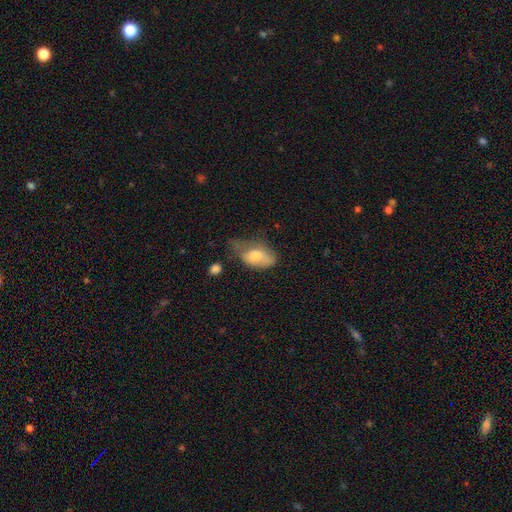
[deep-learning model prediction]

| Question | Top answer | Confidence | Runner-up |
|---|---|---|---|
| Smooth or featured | smooth | 69% | featured or disk (23%) |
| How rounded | in between | 90% | round (7%) |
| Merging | minor disturbance | 38% | major disturbance (29%) |